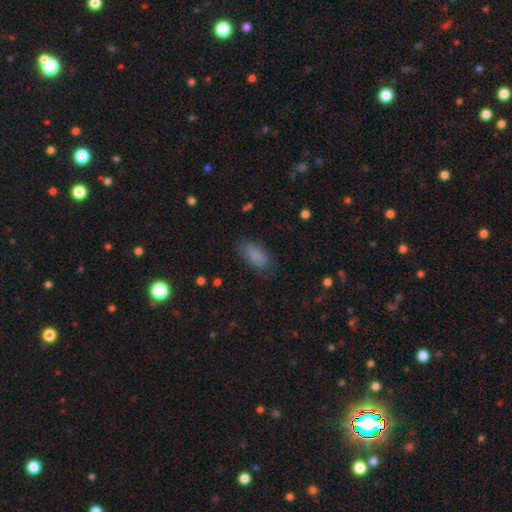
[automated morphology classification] Q: Smooth or featured?
A: smooth (83%); runner-up: star or artifact (8%)
Q: How rounded?
A: in between (89%); runner-up: cigar-shaped (8%)
Q: Merging?
A: none (74%); runner-up: minor disturbance (18%)